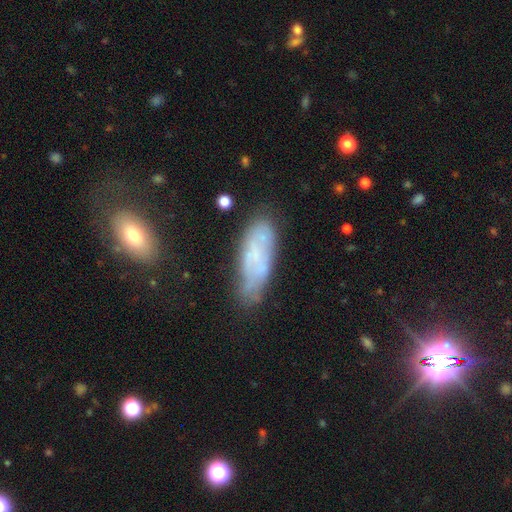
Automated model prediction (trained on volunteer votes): Smooth or featured?
  - smooth: 47% *
  - featured or disk: 44%
  - star or artifact: 9%
Merging?
  - none: 57% *
  - minor disturbance: 27%
  - major disturbance: 11%
  - merger: 6%